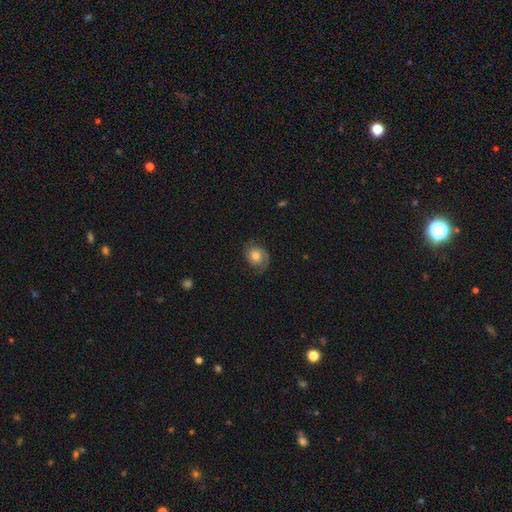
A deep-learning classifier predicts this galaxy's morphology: smooth-or-featured: featured or disk: 63% | smooth: 29% | star or artifact: 8%
  disk-edge-on: no: 97% | yes: 3%
    bar: no: 76% | weak: 20% | strong: 3%
    has-spiral-arms: yes: 91% | no: 9%
      spiral-winding: tight: 43% | medium: 39% | loose: 18%
      spiral-arm-count: 2: 69% | 1: 18% | can't tell: 8% | 3: 2% | 4: 1% | more than 4: 1%
    bulge-size: moderate: 61% | small: 24% | large: 11% | none: 2% | dominant: 2%
  merging: none: 71% | minor disturbance: 18% | major disturbance: 9% | merger: 1%